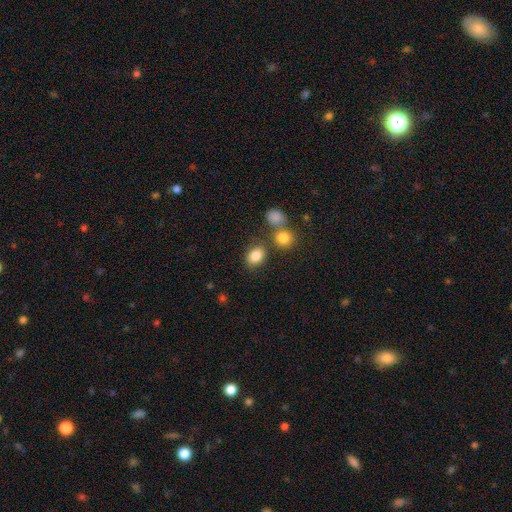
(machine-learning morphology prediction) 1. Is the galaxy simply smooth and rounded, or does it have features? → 83% smooth, 10% star or artifact, 7% featured or disk.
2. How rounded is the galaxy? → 69% in between, 30% round, 1% cigar-shaped.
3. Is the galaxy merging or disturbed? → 70% none, 14% merger, 12% minor disturbance, 4% major disturbance.